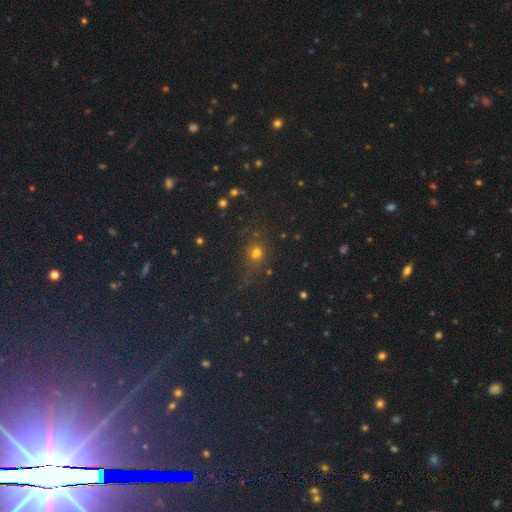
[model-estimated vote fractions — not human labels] Smooth or featured: smooth — 48% (star or artifact — 44%)
Merging: none — 72% (minor disturbance — 14%)